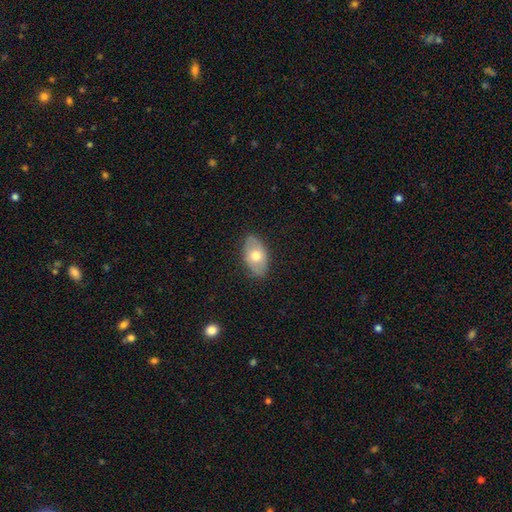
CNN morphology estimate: Smooth or featured?
  - smooth: 64% *
  - featured or disk: 30%
  - star or artifact: 6%
How rounded?
  - in between: 92% *
  - round: 6%
  - cigar-shaped: 2%
Merging?
  - none: 83% *
  - minor disturbance: 13%
  - major disturbance: 2%
  - merger: 1%